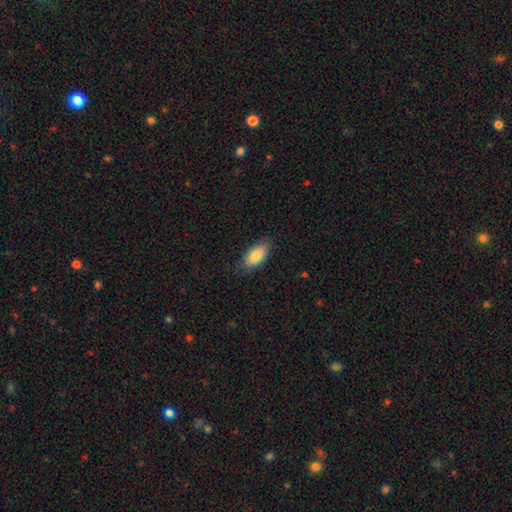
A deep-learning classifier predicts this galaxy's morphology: type=smooth (82%); roundness=in between (91%); merging=none (81%).